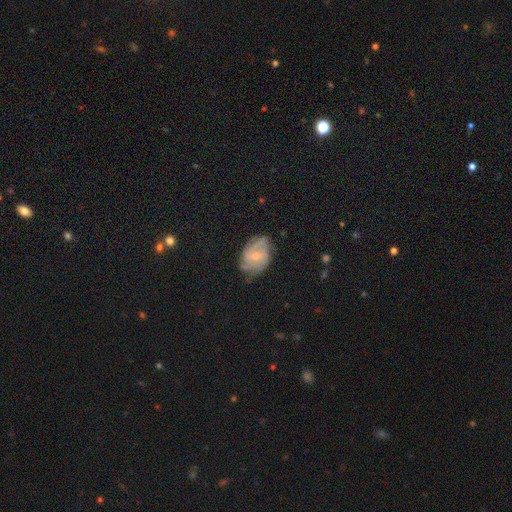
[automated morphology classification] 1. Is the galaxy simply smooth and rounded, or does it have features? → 77% featured or disk, 16% smooth, 7% star or artifact.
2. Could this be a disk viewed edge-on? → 97% no, 3% yes.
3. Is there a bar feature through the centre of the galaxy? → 61% no, 32% weak, 6% strong.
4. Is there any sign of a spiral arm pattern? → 92% yes, 8% no.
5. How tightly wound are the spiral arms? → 49% tight, 38% medium, 13% loose.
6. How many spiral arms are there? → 31% can't tell, 24% 3, 20% 2, 14% 4, 6% more than 4, 5% 1.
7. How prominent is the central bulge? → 56% small, 41% moderate, 1% none, 1% large, 1% dominant.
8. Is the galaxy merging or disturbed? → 67% none, 25% minor disturbance, 7% major disturbance, 1% merger.